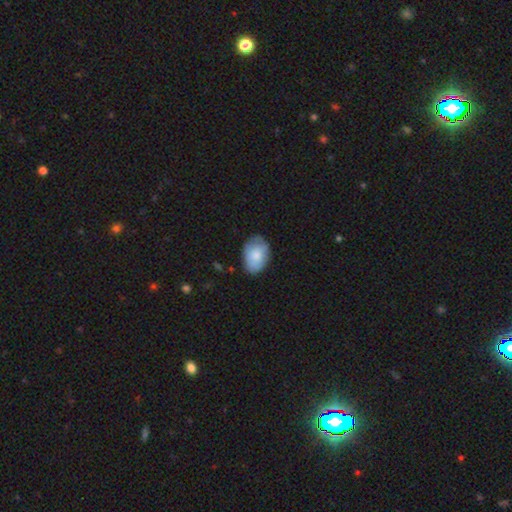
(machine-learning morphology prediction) Smooth or featured? Predicted: smooth (p=0.78). How rounded? Predicted: in between (p=0.84). Merging? Predicted: none (p=0.74).